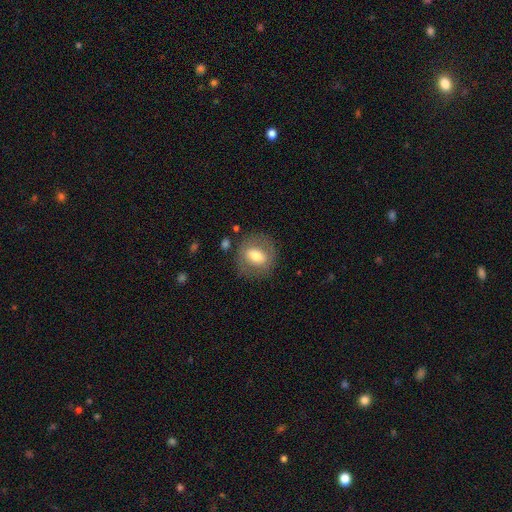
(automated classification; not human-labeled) The model was most divided on "how rounded": round: 59%, in between: 40%, cigar-shaped: 2%. More confident: merging — none (79%); smooth or featured — smooth (62%).